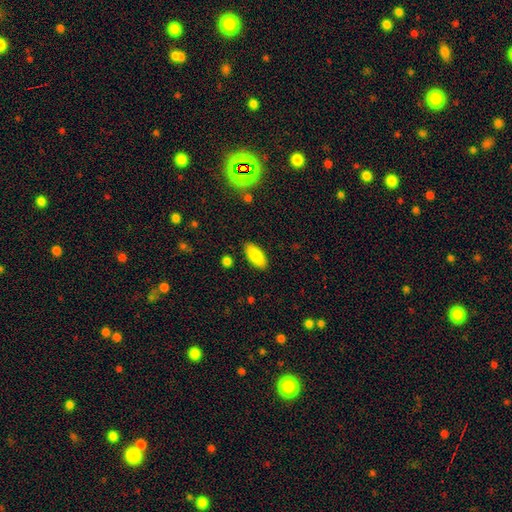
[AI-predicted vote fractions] Q: Smooth or featured?
A: smooth (87%); runner-up: star or artifact (7%)
Q: How rounded?
A: in between (88%); runner-up: cigar-shaped (10%)
Q: Merging?
A: none (88%); runner-up: minor disturbance (8%)